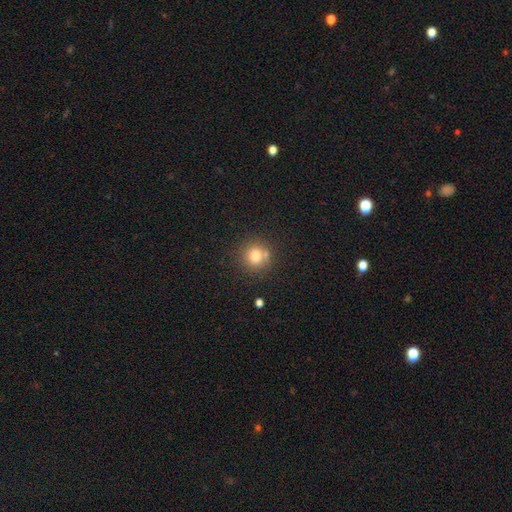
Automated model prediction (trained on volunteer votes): smooth_or_featured: smooth (p=0.79) [alt: star or artifact p=0.12]
how_rounded: round (p=0.88) [alt: in between p=0.11]
merging: none (p=0.68) [alt: merger p=0.17]